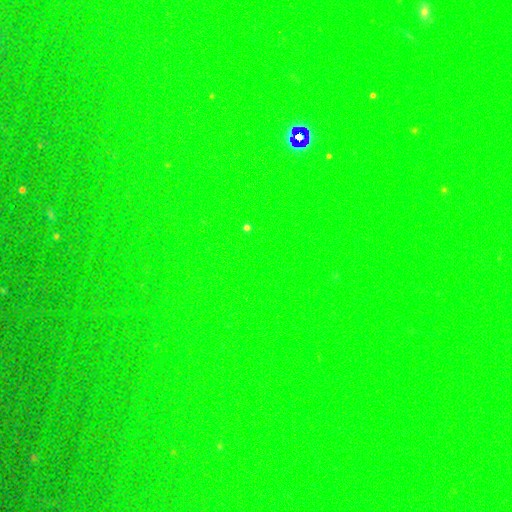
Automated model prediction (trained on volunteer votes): Q: Smooth or featured?
A: star or artifact (79%); runner-up: smooth (13%)